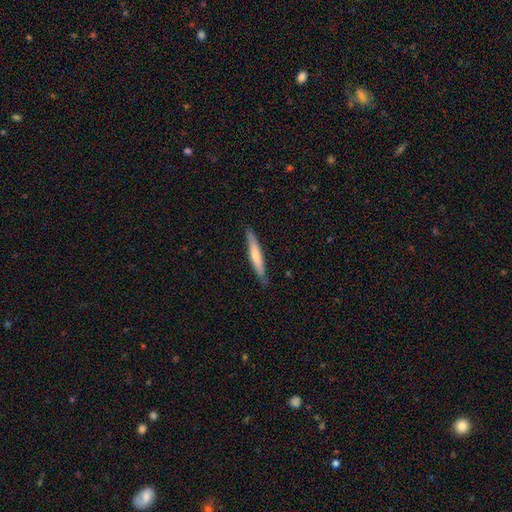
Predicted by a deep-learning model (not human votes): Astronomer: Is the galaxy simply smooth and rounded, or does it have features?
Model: smooth — 63%.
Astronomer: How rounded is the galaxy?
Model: cigar-shaped — 93%.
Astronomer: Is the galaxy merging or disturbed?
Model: none — 87%.